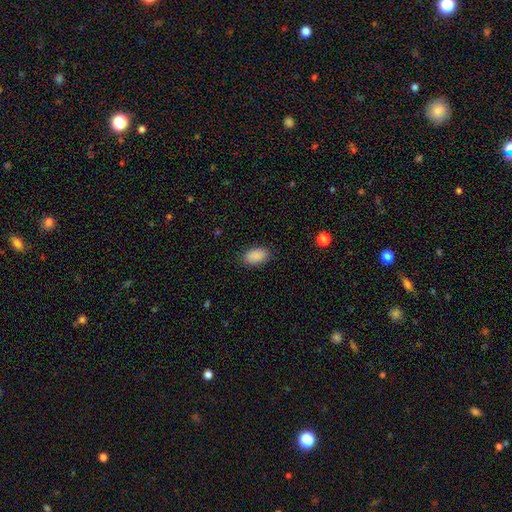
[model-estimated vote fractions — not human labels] Smooth or featured? smooth (90%)
How rounded? in between (93%)
Merging? none (86%)